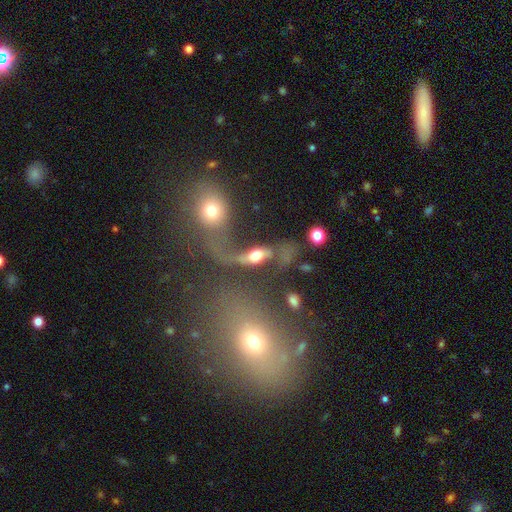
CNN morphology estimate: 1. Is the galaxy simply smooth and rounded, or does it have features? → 52% featured or disk, 38% smooth, 10% star or artifact.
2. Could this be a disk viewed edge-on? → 79% no, 21% yes.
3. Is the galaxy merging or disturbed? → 33% merger, 29% major disturbance, 24% none, 13% minor disturbance.